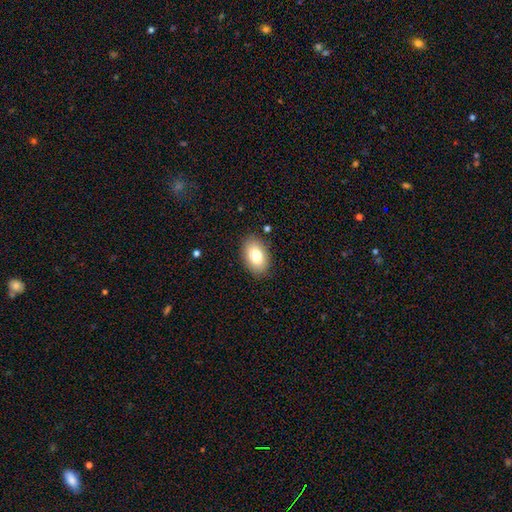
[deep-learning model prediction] This appears to be a smooth galaxy with no disk features (79%) that is in between round and cigar-shaped (90%). Merging: none (87%).